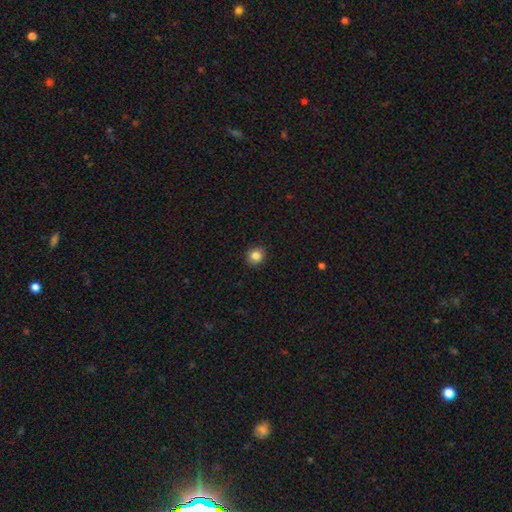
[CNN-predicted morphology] Smooth or featured? Predicted: smooth (p=0.84). How rounded? Predicted: round (p=0.87). Merging? Predicted: none (p=0.92).